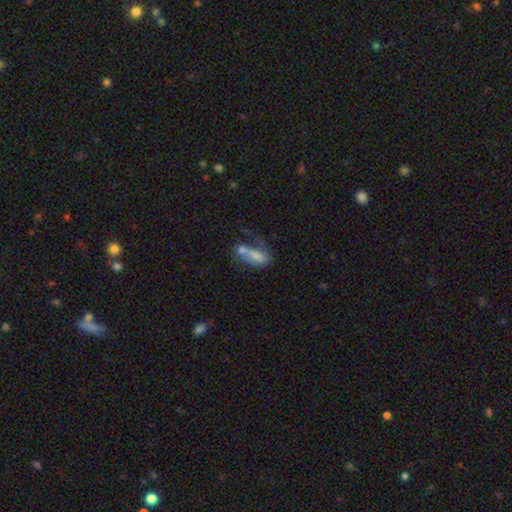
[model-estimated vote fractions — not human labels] Morphology: type=smooth (64%); roundness=in between (77%); merging=merger (41%).